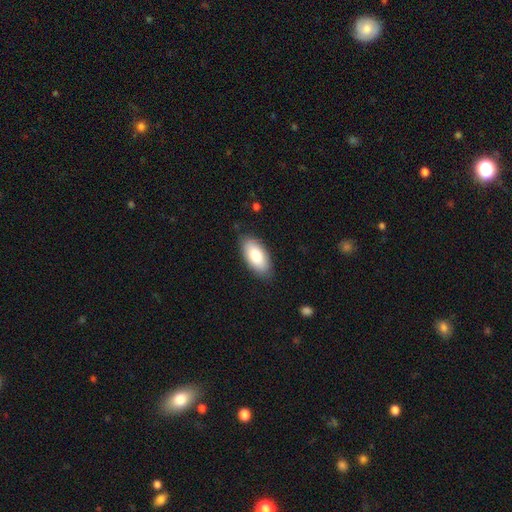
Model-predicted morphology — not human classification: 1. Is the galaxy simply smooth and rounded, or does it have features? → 80% smooth, 14% featured or disk, 6% star or artifact.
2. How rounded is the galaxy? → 93% in between, 5% cigar-shaped, 2% round.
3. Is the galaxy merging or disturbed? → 84% none, 13% minor disturbance, 3% major disturbance, 1% merger.